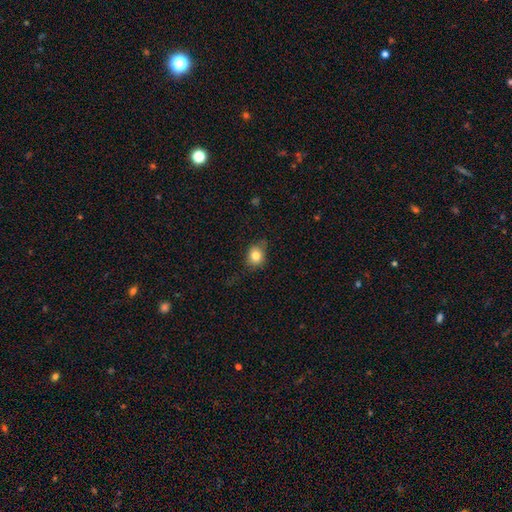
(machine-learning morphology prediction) This is likely a smooth galaxy (79%). How rounded: possibly round (60%). Merging: likely none (67%).